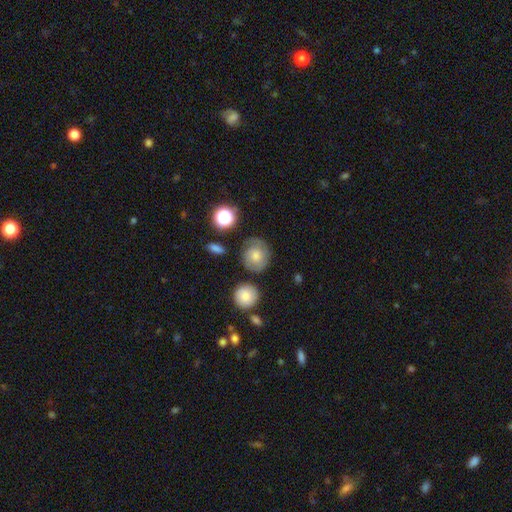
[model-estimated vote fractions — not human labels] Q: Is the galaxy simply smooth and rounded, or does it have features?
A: smooth — 64%.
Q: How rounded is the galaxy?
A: round — 84%.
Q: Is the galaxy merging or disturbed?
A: none — 69%.